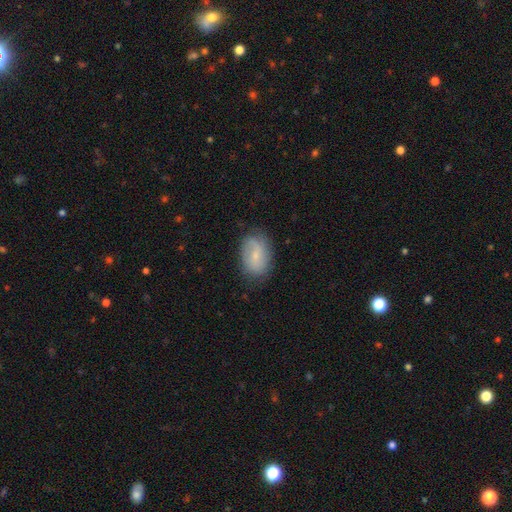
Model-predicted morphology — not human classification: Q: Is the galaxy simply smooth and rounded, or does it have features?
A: featured or disk — 47%.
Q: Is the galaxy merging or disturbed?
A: none — 75%.